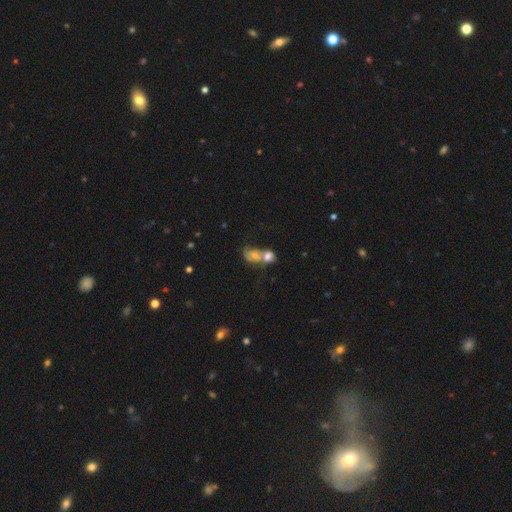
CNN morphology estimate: type=smooth (59%); roundness=in between (59%); merging=merger (68%).